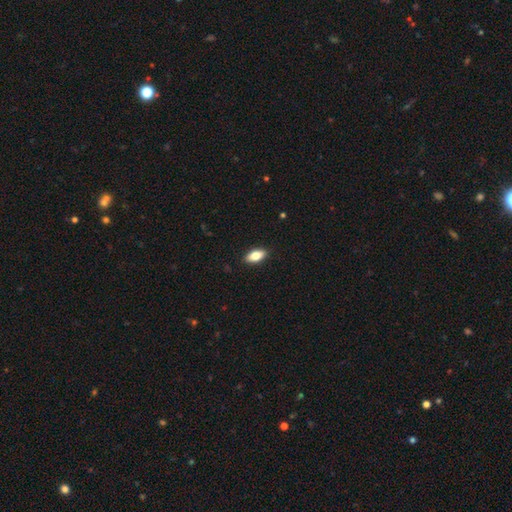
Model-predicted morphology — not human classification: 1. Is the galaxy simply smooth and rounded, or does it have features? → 77% smooth, 16% featured or disk, 7% star or artifact.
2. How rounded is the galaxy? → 88% in between, 8% cigar-shaped, 4% round.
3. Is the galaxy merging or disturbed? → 89% none, 8% minor disturbance, 2% major disturbance, 1% merger.